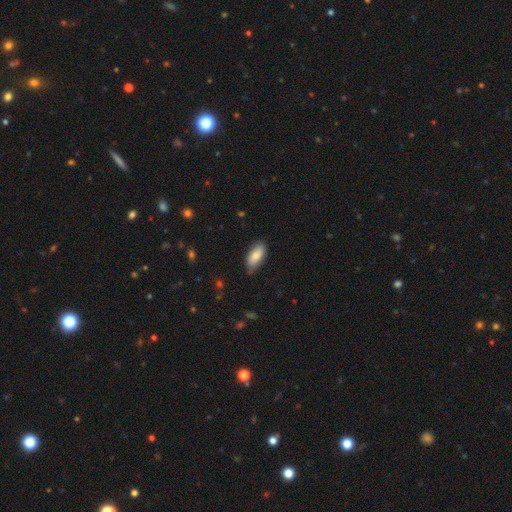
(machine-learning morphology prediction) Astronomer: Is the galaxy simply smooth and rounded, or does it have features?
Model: smooth — 82%.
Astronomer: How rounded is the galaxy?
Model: in between — 89%.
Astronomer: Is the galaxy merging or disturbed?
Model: none — 75%.